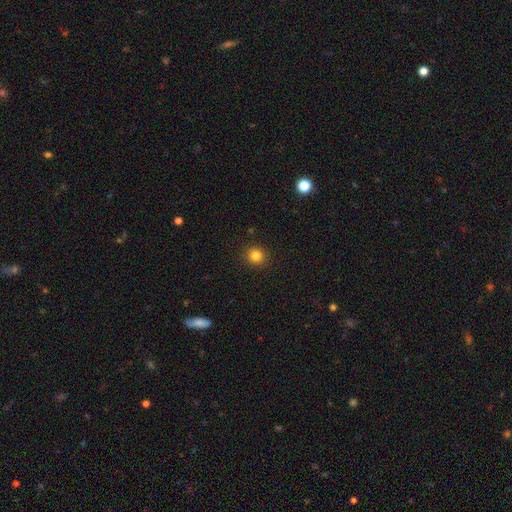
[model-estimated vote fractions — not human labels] smooth 83%, star or artifact 12%, featured or disk 5%. Down the decision tree: how rounded — round (91%); merging — none (92%).